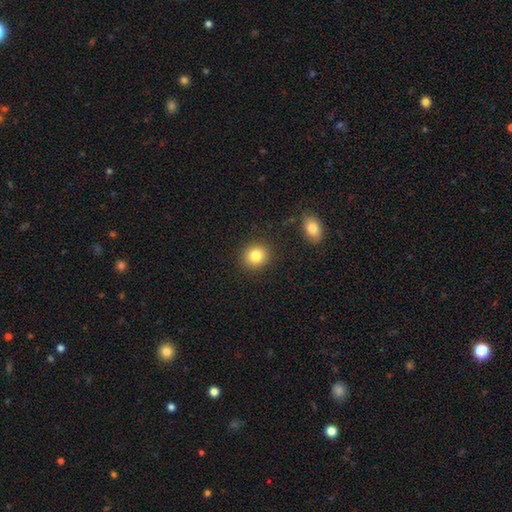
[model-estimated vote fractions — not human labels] smooth 83%, star or artifact 10%, featured or disk 7%. Down the decision tree: how rounded — round (83%); merging — none (89%).